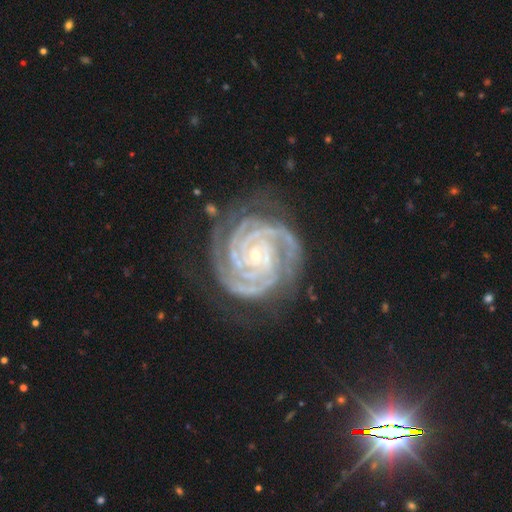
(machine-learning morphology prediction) Smooth or featured?
  - featured or disk: 93% *
  - star or artifact: 4%
  - smooth: 2%
Edge-on disk?
  - no: 98% *
  - yes: 2%
Bar?
  - no: 66% *
  - weak: 21%
  - strong: 13%
Spiral arms?
  - yes: 99% *
  - no: 1%
Spiral winding?
  - tight: 85% *
  - medium: 14%
  - loose: 2%
Spiral arm count?
  - 3: 31% *
  - 4: 23%
  - 2: 20%
  - can't tell: 10%
  - more than 4: 9%
  - 1: 7%
Bulge size?
  - small: 81% *
  - moderate: 16%
  - none: 1%
  - large: 1%
  - dominant: 1%
Merging?
  - none: 75% *
  - minor disturbance: 17%
  - major disturbance: 6%
  - merger: 2%